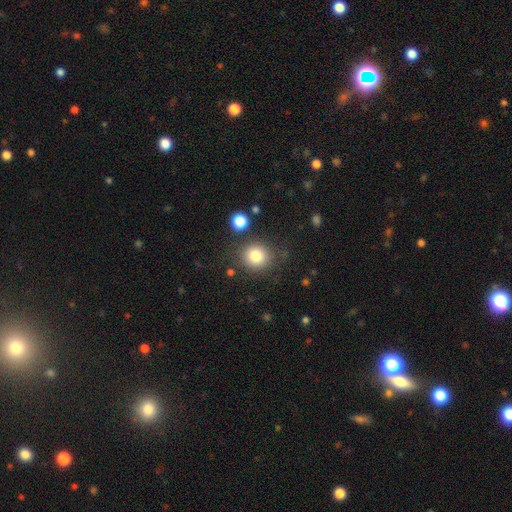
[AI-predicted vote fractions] The model was most divided on "merging": none: 80%, minor disturbance: 10%, merger: 6%, major disturbance: 4%. More confident: how rounded — round (87%); smooth or featured — smooth (82%).